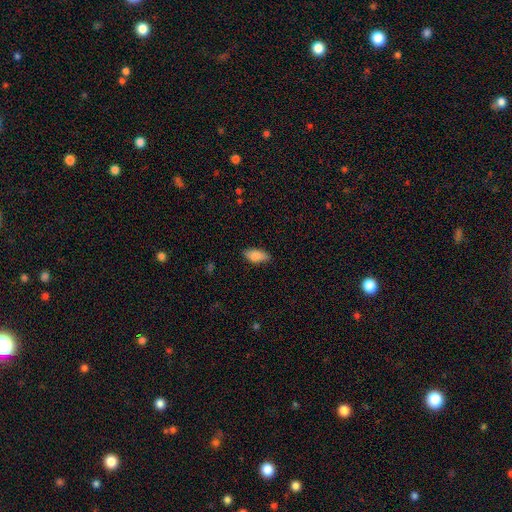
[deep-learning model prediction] smooth-or-featured: smooth: 86% | featured or disk: 7% | star or artifact: 7%
  how-rounded: in between: 86% | cigar-shaped: 11% | round: 2%
  merging: none: 79% | minor disturbance: 17% | major disturbance: 3% | merger: 1%